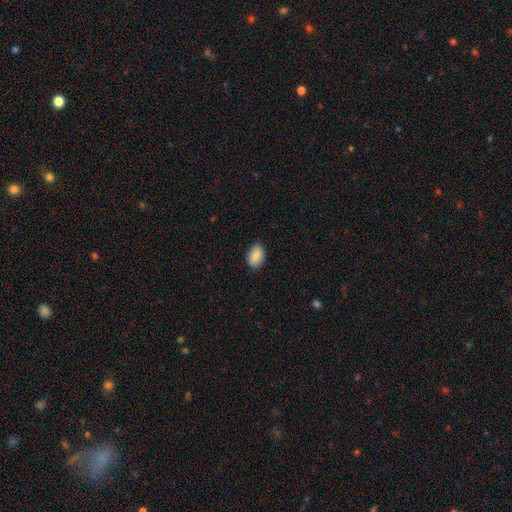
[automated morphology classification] Overall: smooth (87%). How rounded: in between (87%). Merging: none (87%).